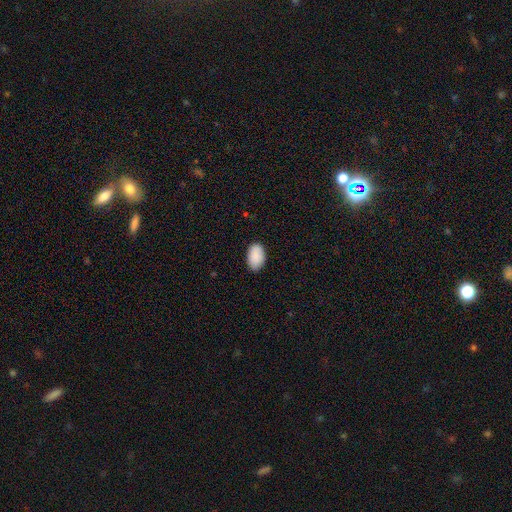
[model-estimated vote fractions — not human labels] This is clearly a smooth galaxy (90%). How rounded: clearly in between (92%). Merging: clearly none (84%).